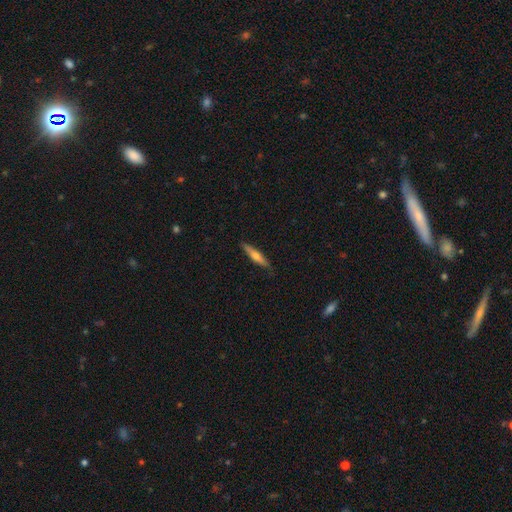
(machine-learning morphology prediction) Smooth or featured?
  - smooth: 48% *
  - featured or disk: 47%
  - star or artifact: 6%
Merging?
  - none: 87% *
  - minor disturbance: 10%
  - major disturbance: 2%
  - merger: 1%